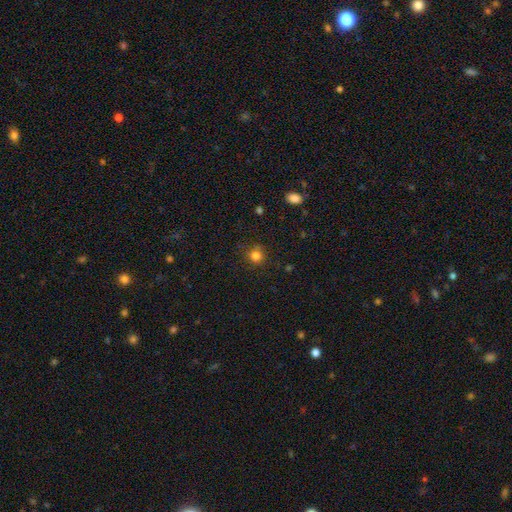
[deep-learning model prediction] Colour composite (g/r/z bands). It shows a smooth galaxy with no disk features (80%) that is round (89%). Merging: none (81%).